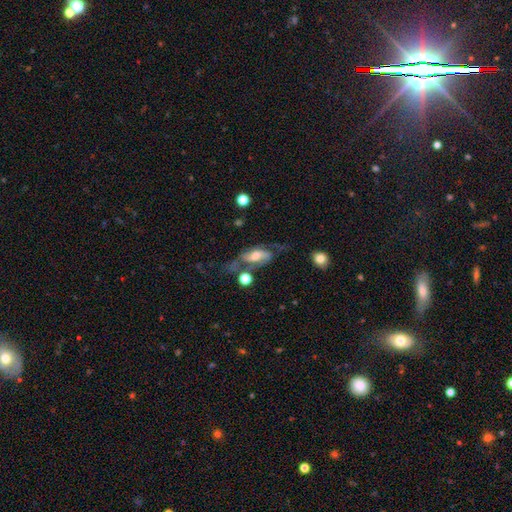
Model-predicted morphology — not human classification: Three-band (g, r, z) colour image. It shows a featured or disk galaxy (70%) with no bar (40%, tied with weak), 2 (84%) loose (51%) spiral arms (85%) and a moderate central bulge (52%). Merging: none (43%).